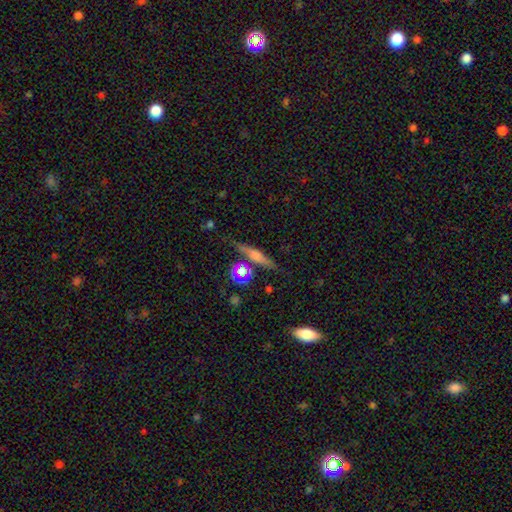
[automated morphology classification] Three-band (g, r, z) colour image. It shows a smooth galaxy with no disk features (49%). Merging: none (78%).